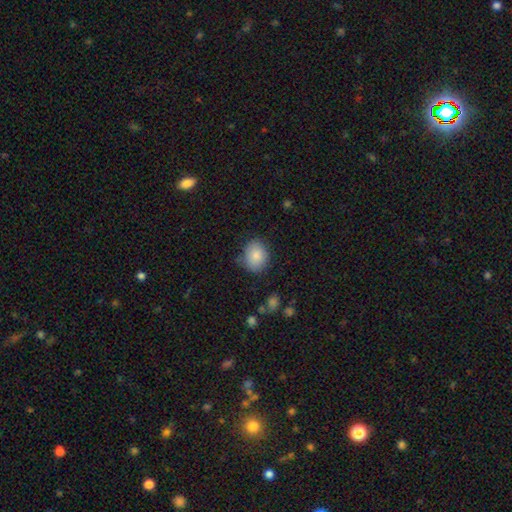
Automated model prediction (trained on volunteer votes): This appears to be a smooth galaxy with no disk features (85%) that is round (57%). Merging: none (78%).